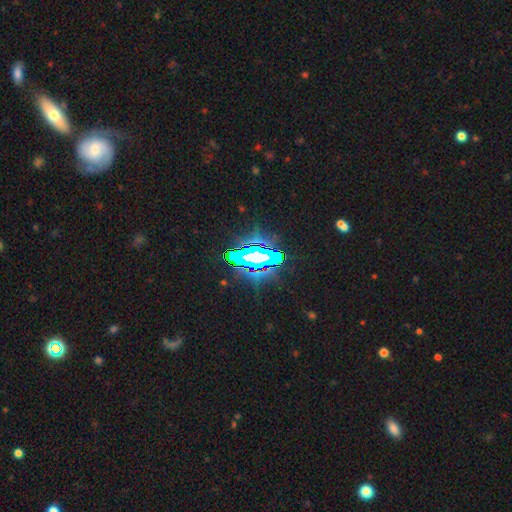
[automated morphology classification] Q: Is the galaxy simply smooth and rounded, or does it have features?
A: star or artifact — 70%.